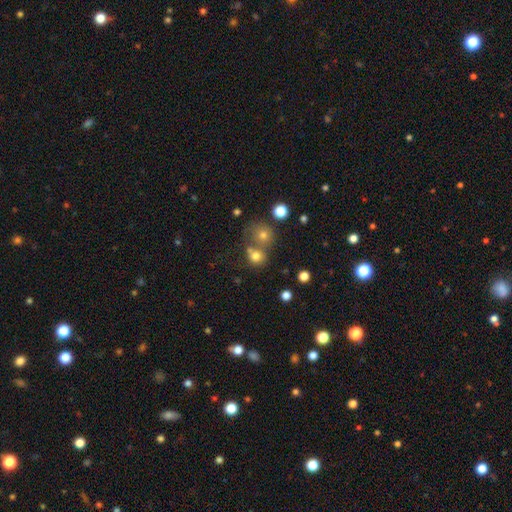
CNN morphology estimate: Overall: smooth (75%). How rounded: round (81%). Merging: none (47%; merger 40%).